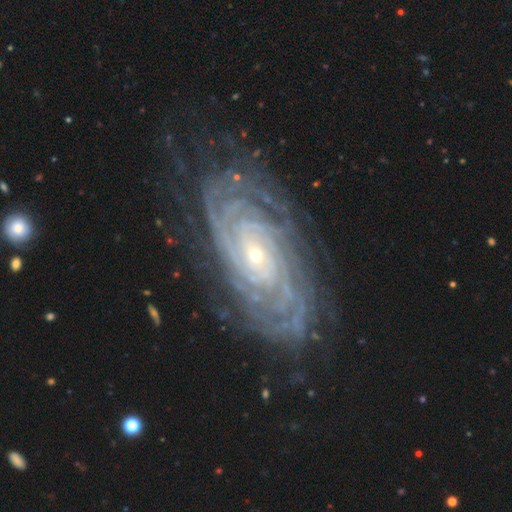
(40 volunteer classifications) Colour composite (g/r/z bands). It shows a featured or disk galaxy (85%) with no bar (67%), tight (82%) spiral arms (100%) and a small central bulge (76%). Merging: none (71%).